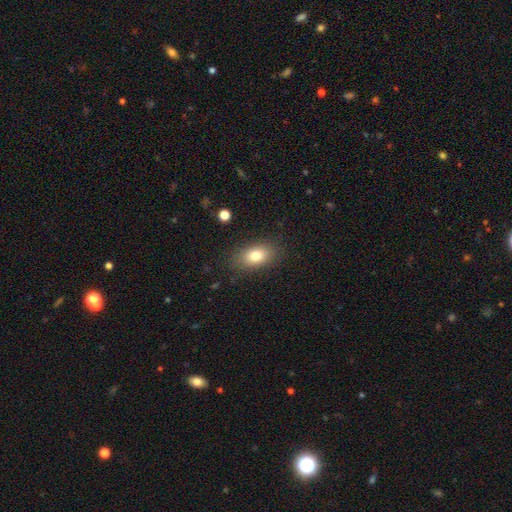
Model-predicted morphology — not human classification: Overall: smooth (79%). How rounded: in between (87%). Merging: none (84%).